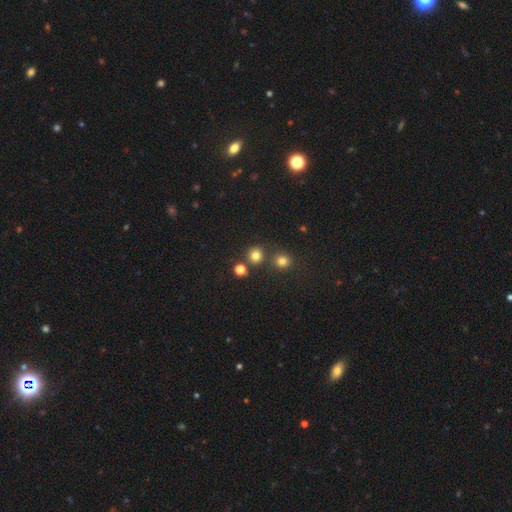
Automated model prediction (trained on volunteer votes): This appears to be a smooth galaxy with no disk features (78%) that is round (90%). Merging: none (75%).